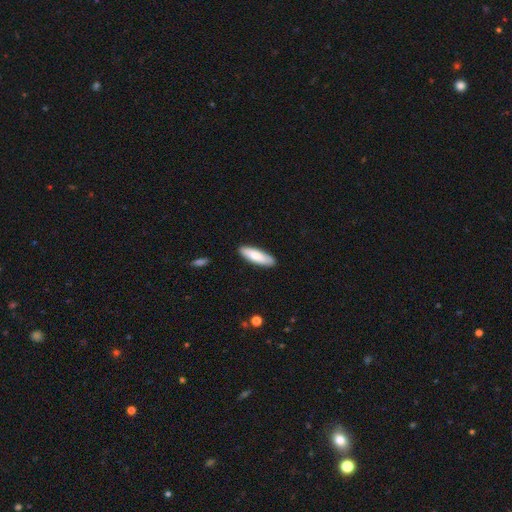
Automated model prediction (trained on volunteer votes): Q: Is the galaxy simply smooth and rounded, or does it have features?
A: smooth — 79%.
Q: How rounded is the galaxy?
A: cigar-shaped — 55%.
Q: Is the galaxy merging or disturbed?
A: none — 88%.